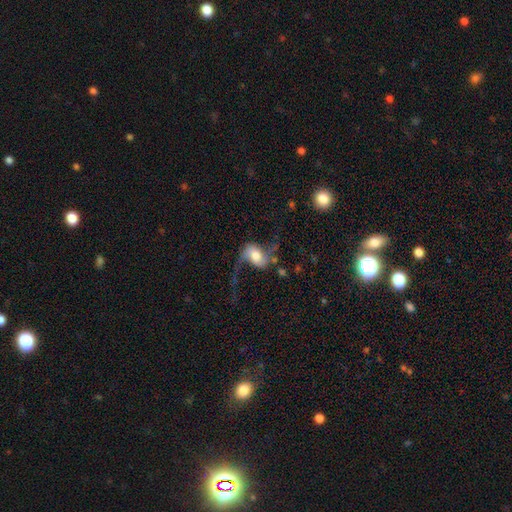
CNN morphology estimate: Smooth or featured? featured or disk (71%)
Edge-on disk? no (96%)
Bar? no (46%)
Spiral arms? yes (91%)
Spiral winding? loose (87%)
Spiral arm count? 2 (85%)
Bulge size? moderate (57%)
Merging? none (48%)